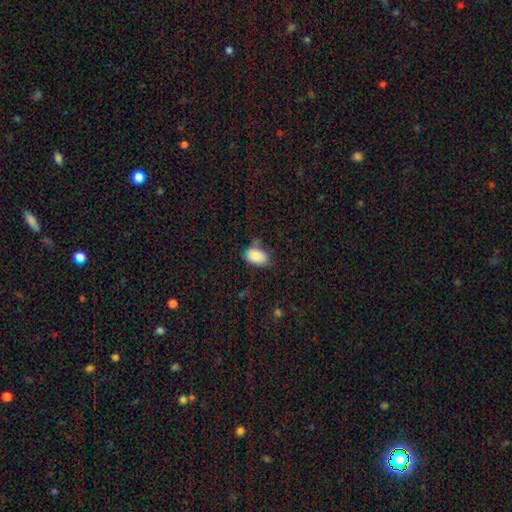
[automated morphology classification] smooth-or-featured: smooth: 83% | featured or disk: 9% | star or artifact: 8%
  how-rounded: in between: 91% | round: 8% | cigar-shaped: 1%
  merging: none: 62% | minor disturbance: 27% | major disturbance: 7% | merger: 4%